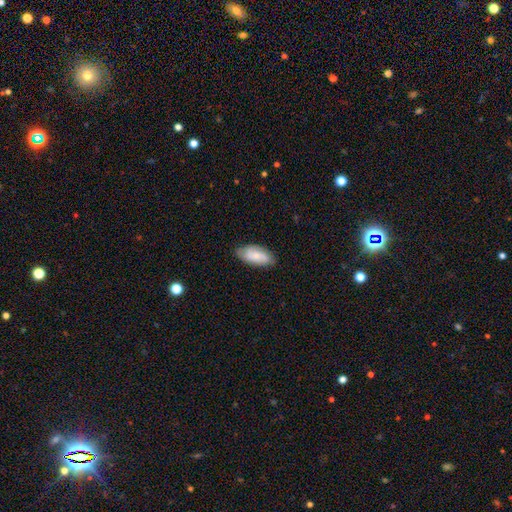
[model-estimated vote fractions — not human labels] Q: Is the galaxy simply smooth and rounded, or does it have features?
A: smooth — 59%.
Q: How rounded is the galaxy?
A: in between — 89%.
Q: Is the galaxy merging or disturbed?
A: none — 79%.